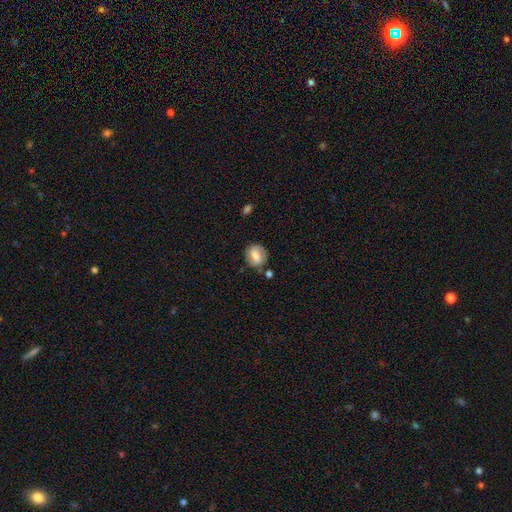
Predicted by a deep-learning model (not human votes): A smooth galaxy with no disk features (61%) that is round (57%). Merging: none (68%).